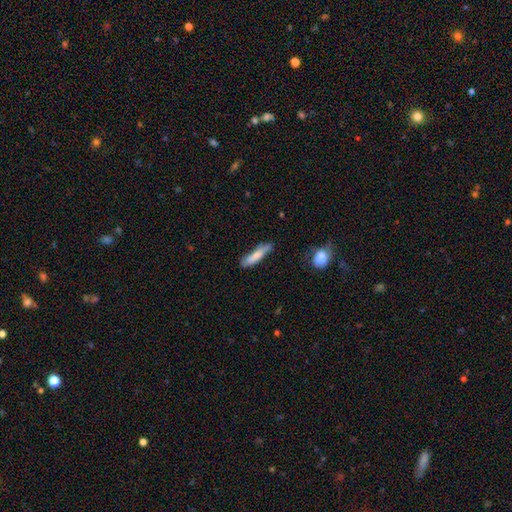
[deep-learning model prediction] Smooth or featured?
  - smooth: 75% *
  - featured or disk: 19%
  - star or artifact: 6%
How rounded?
  - cigar-shaped: 79% *
  - in between: 20%
  - round: 2%
Merging?
  - none: 65% *
  - minor disturbance: 25%
  - major disturbance: 6%
  - merger: 4%